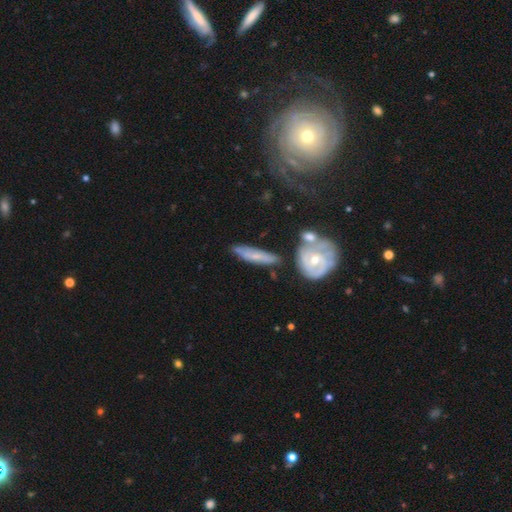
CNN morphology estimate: Smooth or featured? Predicted: featured or disk (p=0.50). Edge-on disk? Predicted: no (p=0.57). Merging? Predicted: none (p=0.66).